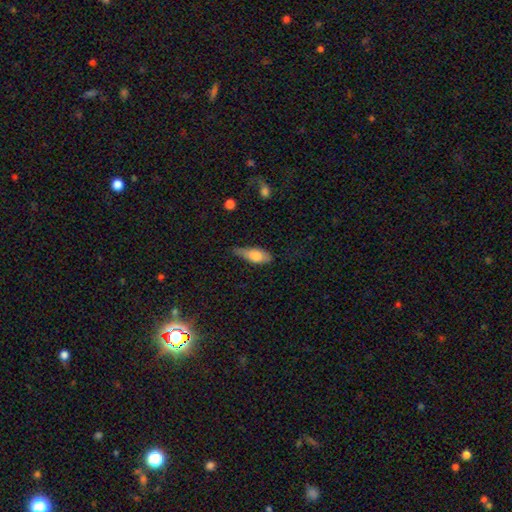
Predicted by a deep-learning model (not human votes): The model was most divided on "merging": none: 45%, minor disturbance: 41%, major disturbance: 11%, merger: 3%. More confident: smooth or featured — smooth (74%); how rounded — in between (72%).